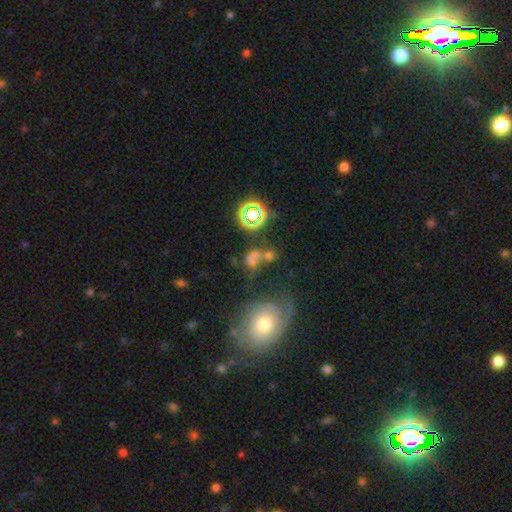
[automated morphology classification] This is marginally a smooth galaxy (42%). Merging: marginally none (38%).